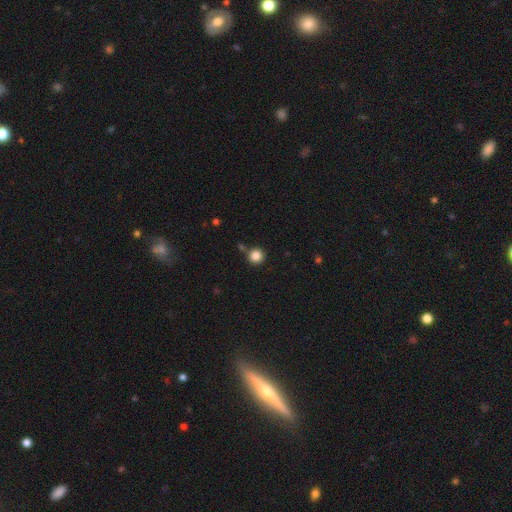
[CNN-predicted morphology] Smooth or featured?
  - smooth: 85% *
  - star or artifact: 11%
  - featured or disk: 4%
How rounded?
  - round: 95% *
  - in between: 4%
  - cigar-shaped: 1%
Merging?
  - none: 82% *
  - merger: 8%
  - minor disturbance: 7%
  - major disturbance: 2%